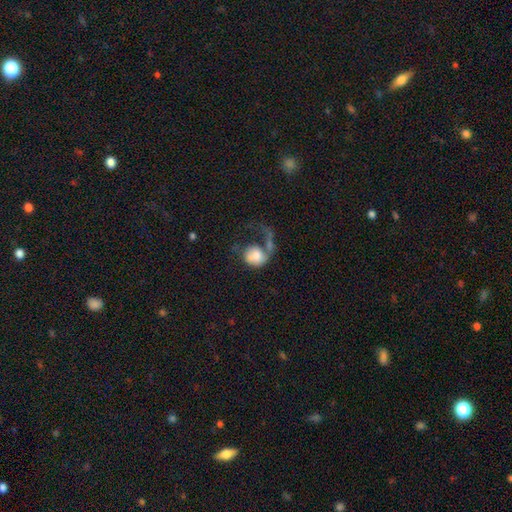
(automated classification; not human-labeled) Smooth or featured? Predicted: smooth (p=0.58). How rounded? Predicted: round (p=0.67). Merging? Predicted: major disturbance (p=0.51).